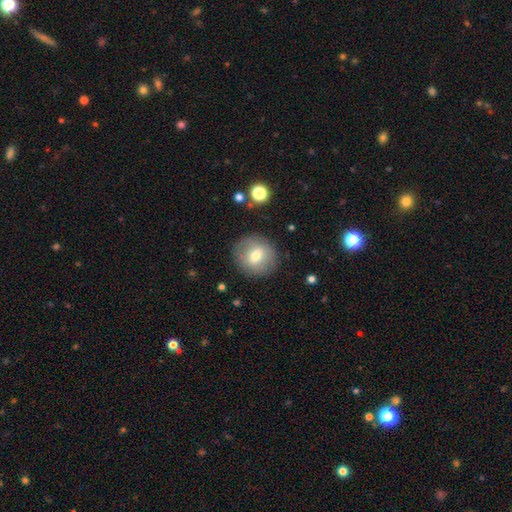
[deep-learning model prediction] Overall: smooth (65%; featured or disk 27%). How rounded: round (89%). Merging: none (86%).